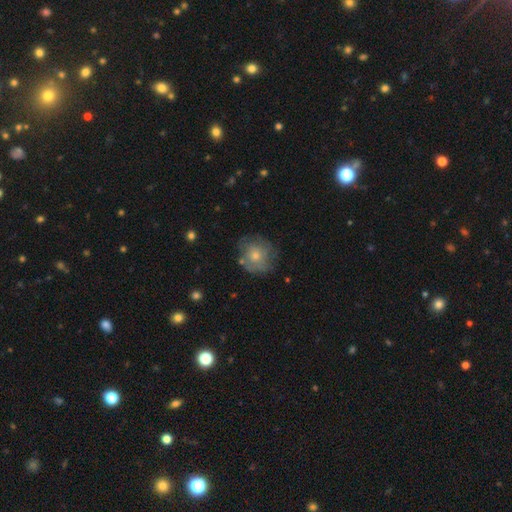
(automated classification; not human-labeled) smooth-or-featured: smooth: 58% | featured or disk: 35% | star or artifact: 8%
  how-rounded: round: 87% | in between: 12% | cigar-shaped: 1%
  merging: none: 65% | minor disturbance: 23% | major disturbance: 10% | merger: 3%